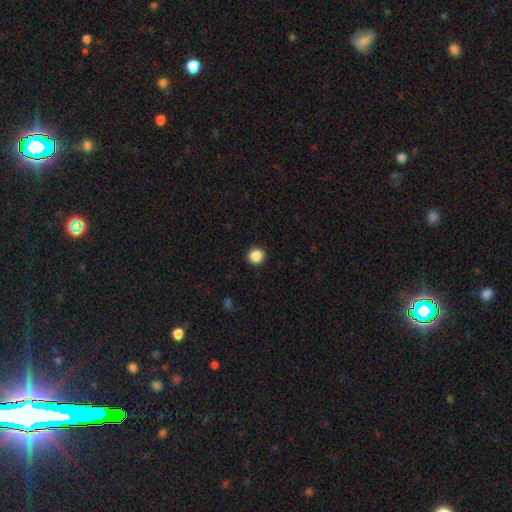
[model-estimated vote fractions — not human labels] Smooth or featured? smooth (87%)
How rounded? round (90%)
Merging? none (92%)